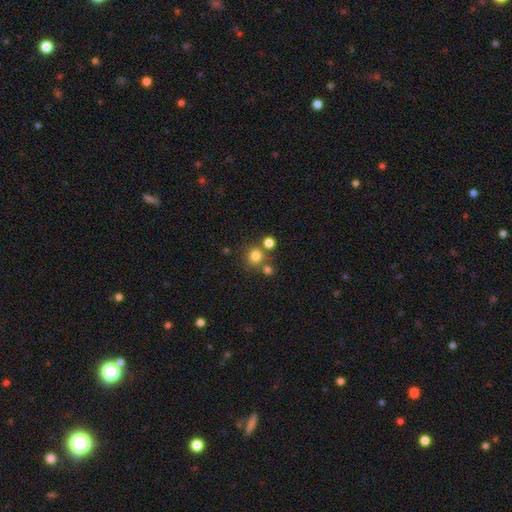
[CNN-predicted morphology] Smooth or featured: smooth — 77% (star or artifact — 16%)
How rounded: round — 90% (in between — 9%)
Merging: none — 68% (merger — 20%)